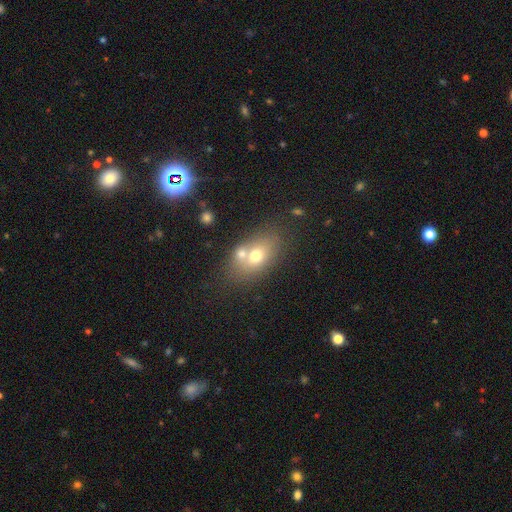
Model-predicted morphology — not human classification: smooth 65%, featured or disk 24%, star or artifact 11%. Down the decision tree: how rounded — in between (77%); merging — none (43%).